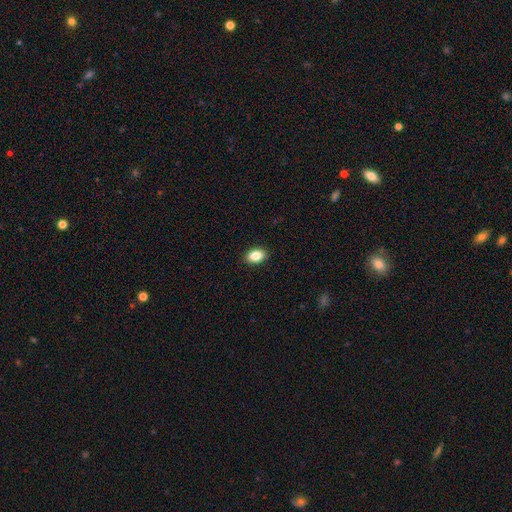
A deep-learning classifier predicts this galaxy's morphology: This appears to be a smooth galaxy with no disk features (86%) that is in between round and cigar-shaped (86%). Merging: none (91%).